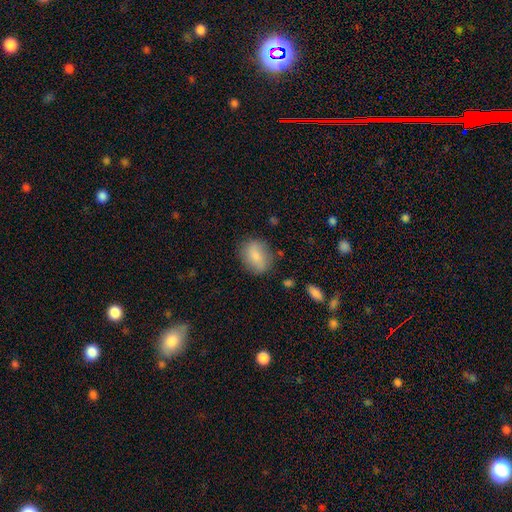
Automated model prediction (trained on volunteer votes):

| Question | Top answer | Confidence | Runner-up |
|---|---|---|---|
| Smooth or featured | smooth | 77% | featured or disk (16%) |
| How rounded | in between | 67% | round (30%) |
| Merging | none | 78% | minor disturbance (16%) |